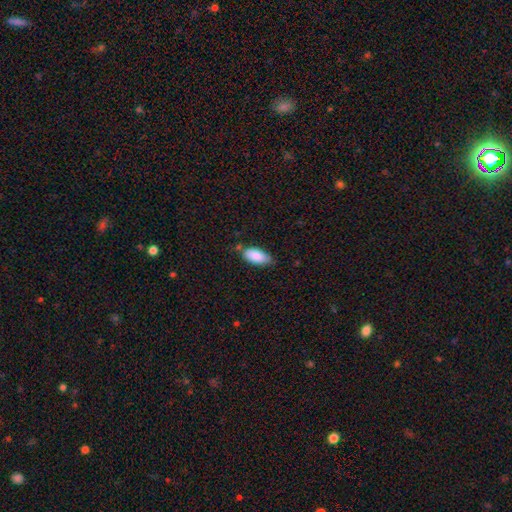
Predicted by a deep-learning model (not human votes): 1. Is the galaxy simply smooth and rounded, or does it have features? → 87% smooth, 7% featured or disk, 6% star or artifact.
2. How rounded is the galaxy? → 91% in between, 7% cigar-shaped, 2% round.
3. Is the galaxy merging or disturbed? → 66% none, 26% minor disturbance, 4% major disturbance, 4% merger.